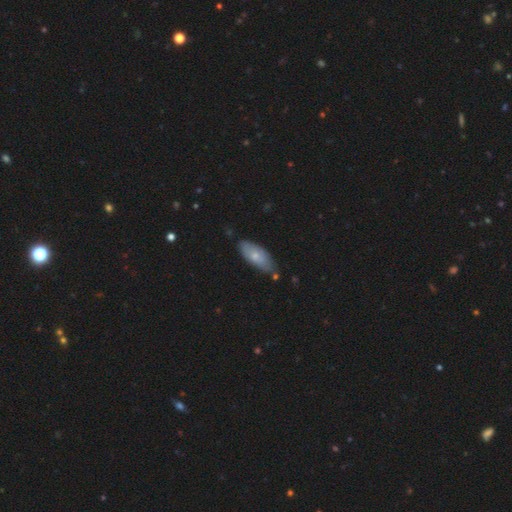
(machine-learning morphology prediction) Smooth or featured? Predicted: smooth (p=0.67). How rounded? Predicted: in between (p=0.80). Merging? Predicted: none (p=0.65).